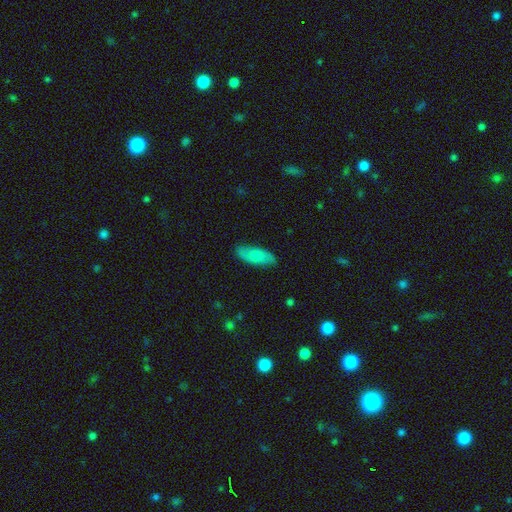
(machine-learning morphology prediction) smooth_or_featured: smooth (p=0.78) [alt: featured or disk p=0.17]
how_rounded: in between (p=0.77) [alt: cigar-shaped p=0.21]
merging: none (p=0.81) [alt: minor disturbance p=0.15]